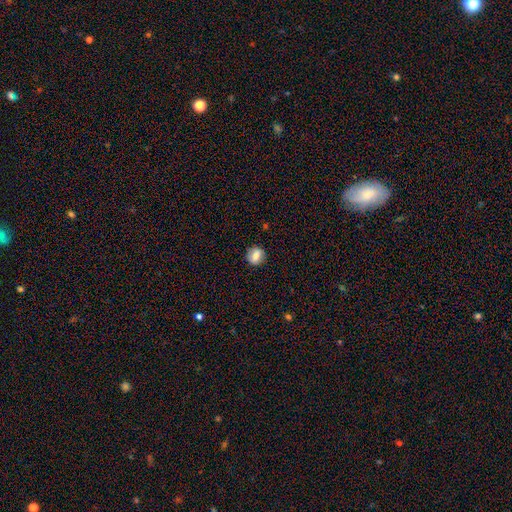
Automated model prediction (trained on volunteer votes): Smooth or featured: smooth — 72% (featured or disk — 19%)
How rounded: round — 77% (in between — 22%)
Merging: none — 86% (minor disturbance — 10%)